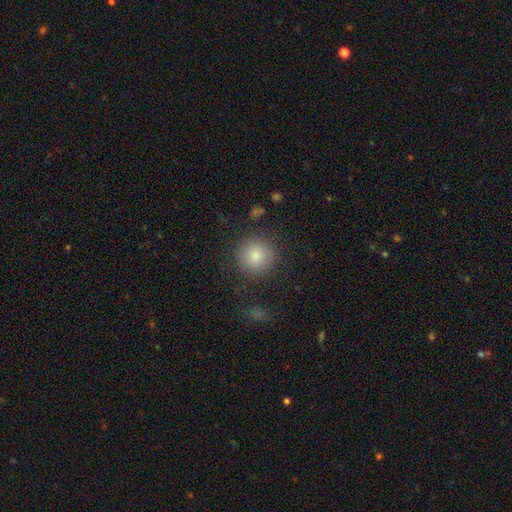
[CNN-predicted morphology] smooth 84%, star or artifact 10%, featured or disk 6%. Down the decision tree: how rounded — round (94%); merging — none (85%).